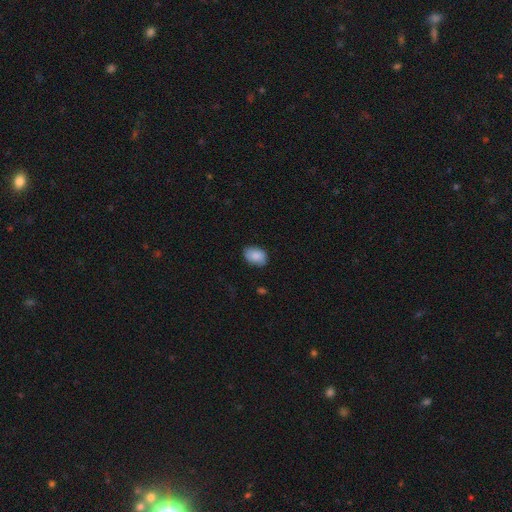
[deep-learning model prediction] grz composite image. It shows a smooth galaxy with no disk features (87%) that is in between round and cigar-shaped (79%). Merging: none (83%).